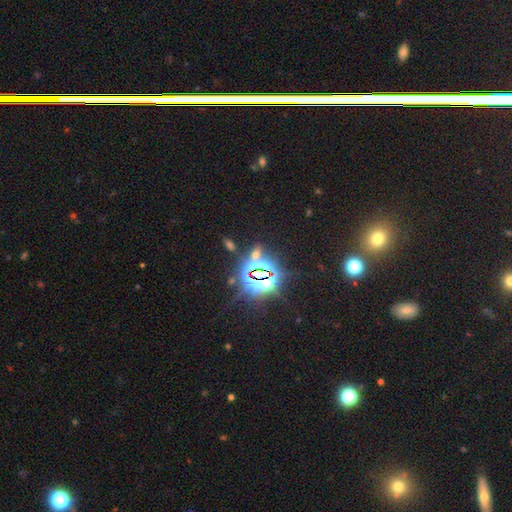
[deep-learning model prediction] Morphology: type=star or artifact (68%).